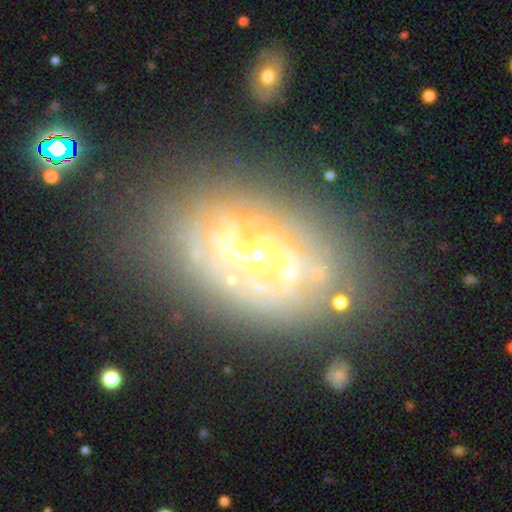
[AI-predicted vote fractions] This is clearly a featured or disk galaxy (82%). It is clearly not viewed edge-on (95%). Bar: marginally weak (39%). Spiral arm pattern: clearly yes (85%). Spiral arm count: possibly 2 (47%). Spiral winding: possibly tight (48%). Central bulge: possibly moderate (53%). Merging: likely none (66%).